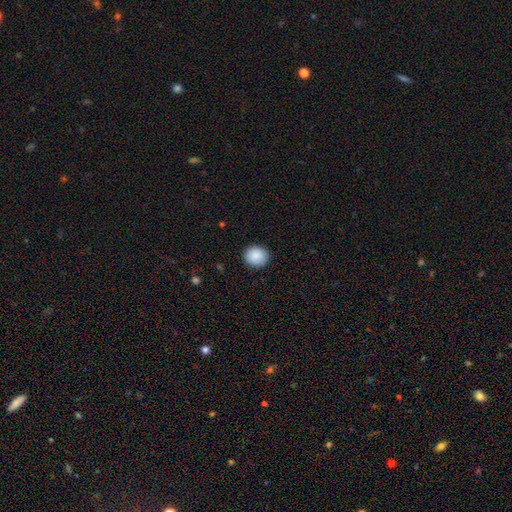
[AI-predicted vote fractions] Morphology: type=smooth (89%); roundness=round (80%); merging=none (90%).